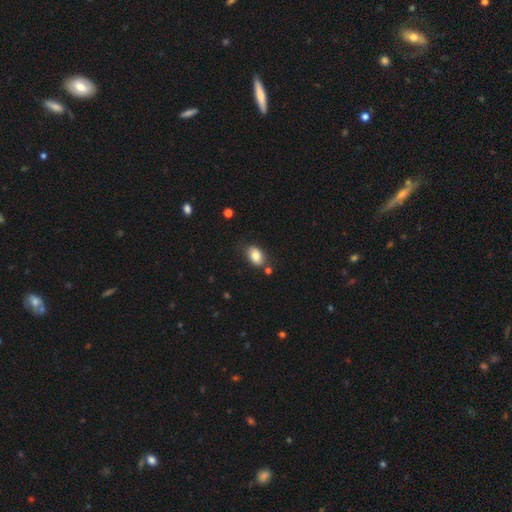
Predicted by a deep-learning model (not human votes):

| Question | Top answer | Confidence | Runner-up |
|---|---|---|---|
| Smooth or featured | smooth | 82% | featured or disk (10%) |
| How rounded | in between | 87% | round (12%) |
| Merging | none | 75% | minor disturbance (16%) |